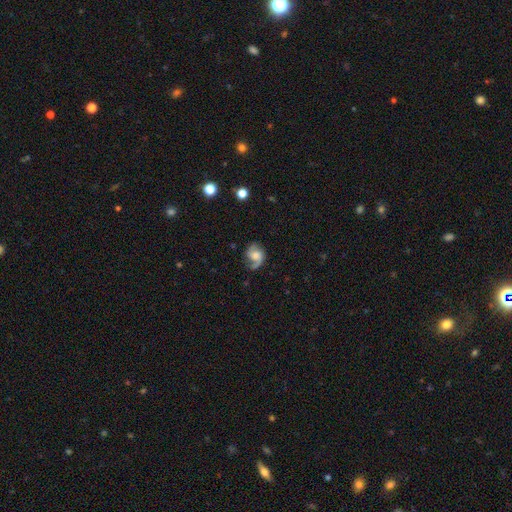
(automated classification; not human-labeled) A featured or disk galaxy (75%) with no bar (55%), 2 (72%) medium (45%) spiral arms (95%) and a moderate central bulge (38%). Merging: none (64%).